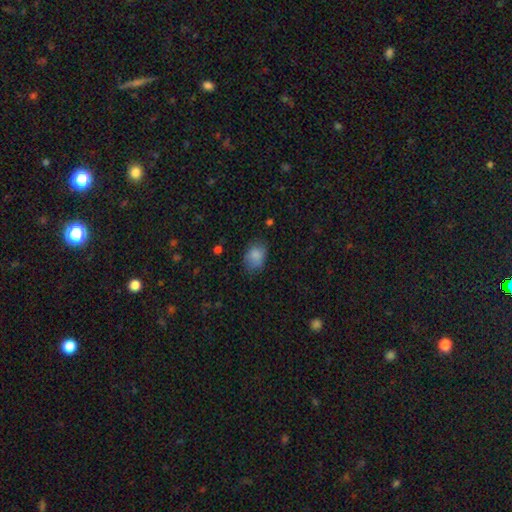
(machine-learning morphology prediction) Q: Smooth or featured?
A: smooth (83%); runner-up: star or artifact (9%)
Q: How rounded?
A: in between (72%); runner-up: round (27%)
Q: Merging?
A: none (65%); runner-up: minor disturbance (26%)